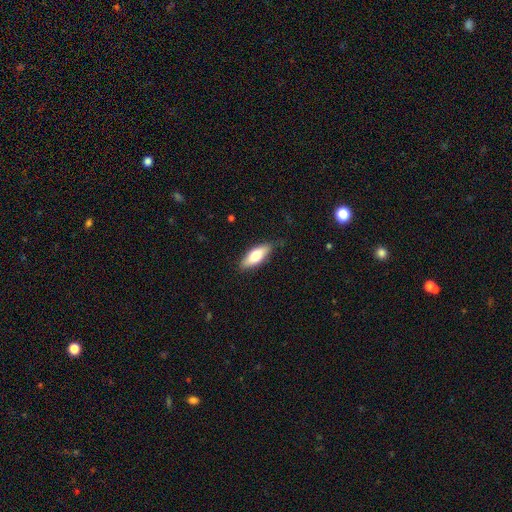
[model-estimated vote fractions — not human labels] smooth 73%, featured or disk 21%, star or artifact 6%. Down the decision tree: how rounded — in between (71%); merging — none (82%).